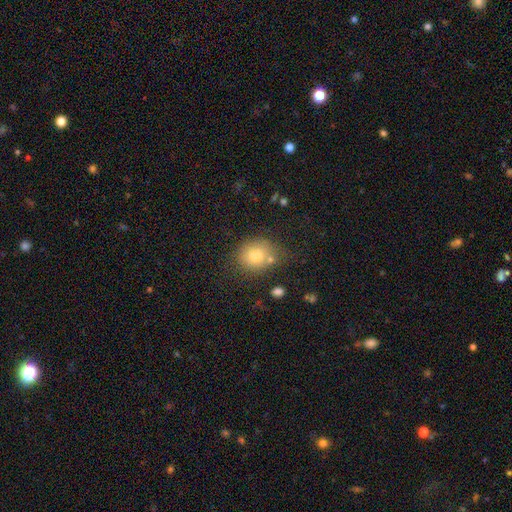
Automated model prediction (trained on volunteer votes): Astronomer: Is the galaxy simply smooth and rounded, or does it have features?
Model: smooth — 76%.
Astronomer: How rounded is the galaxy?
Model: round — 74%.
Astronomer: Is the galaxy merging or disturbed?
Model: none — 64%.